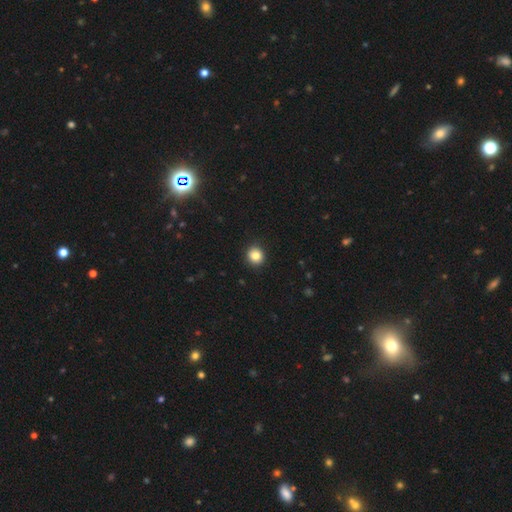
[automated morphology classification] This appears to be a smooth galaxy with no disk features (84%) that is round (89%). Merging: none (91%).